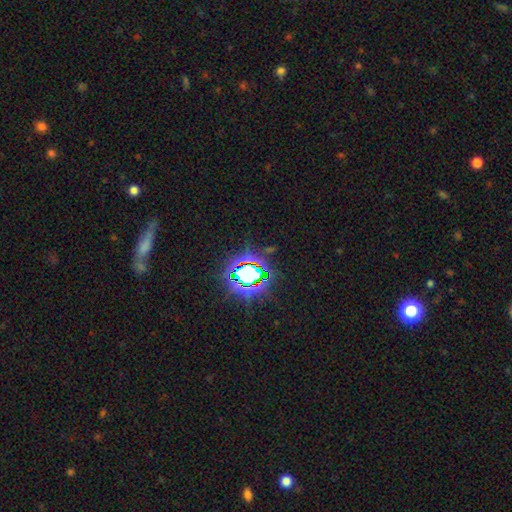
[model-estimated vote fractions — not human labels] Smooth or featured? Predicted: star or artifact (p=0.77).